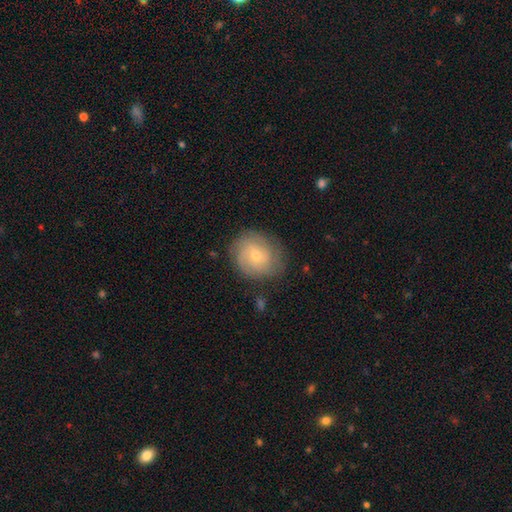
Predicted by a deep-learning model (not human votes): Smooth or featured: featured or disk — 55% (smooth — 36%)
Edge-on disk: no — 97% (yes — 3%)
Bar: no — 71% (weak — 25%)
Spiral arms: yes — 85% (no — 15%)
Bulge size: small — 61% (moderate — 36%)
Merging: none — 80% (minor disturbance — 14%)